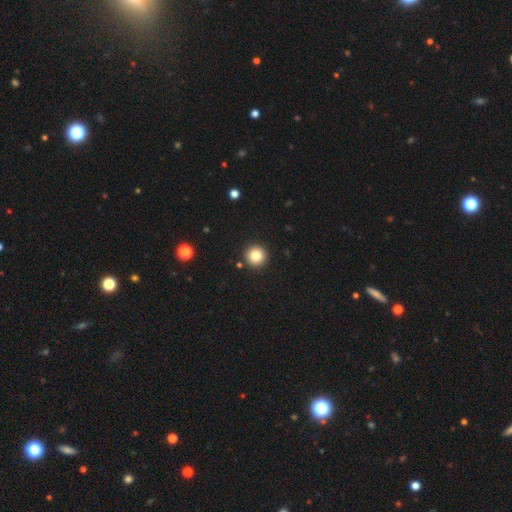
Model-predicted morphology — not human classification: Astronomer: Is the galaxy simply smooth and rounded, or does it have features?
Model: smooth — 83%.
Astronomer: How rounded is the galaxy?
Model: round — 96%.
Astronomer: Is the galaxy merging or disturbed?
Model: none — 92%.